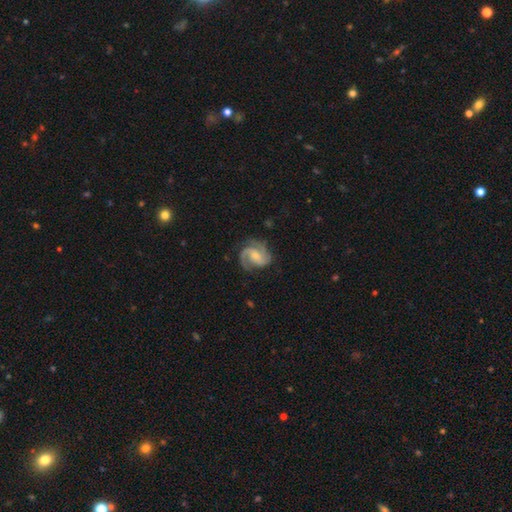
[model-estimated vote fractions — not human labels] Smooth or featured? featured or disk (89%)
Edge-on disk? no (98%)
Bar? no (49%)
Spiral arms? yes (98%)
Spiral winding? medium (52%)
Spiral arm count? 2 (70%)
Bulge size? small (54%)
Merging? none (72%)